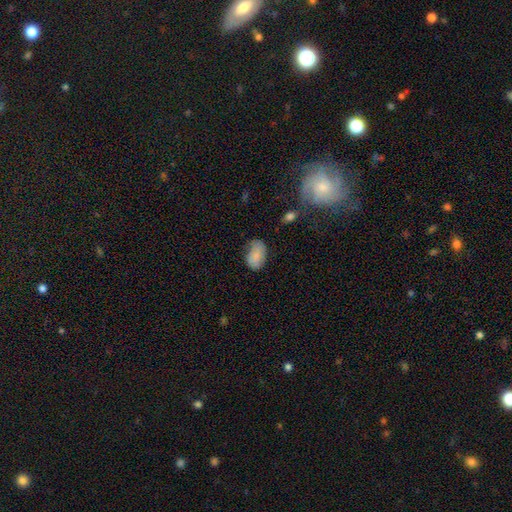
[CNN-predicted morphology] smooth-or-featured: smooth: 81% | featured or disk: 11% | star or artifact: 7%
  how-rounded: in between: 91% | round: 7% | cigar-shaped: 1%
  merging: none: 61% | minor disturbance: 30% | major disturbance: 7% | merger: 2%